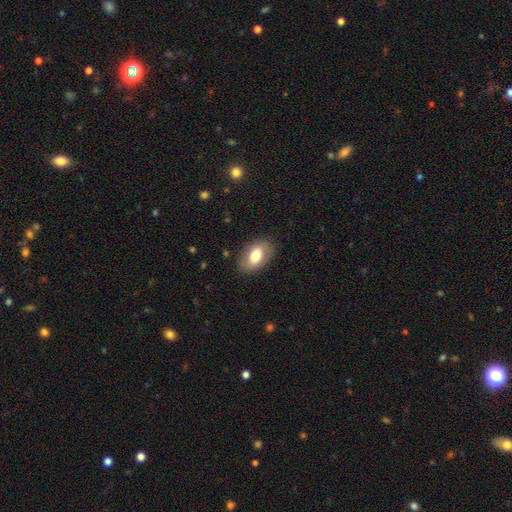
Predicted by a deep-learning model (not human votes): smooth_or_featured: smooth (p=0.74) [alt: featured or disk p=0.19]
how_rounded: in between (p=0.91) [alt: round p=0.08]
merging: none (p=0.84) [alt: minor disturbance p=0.11]